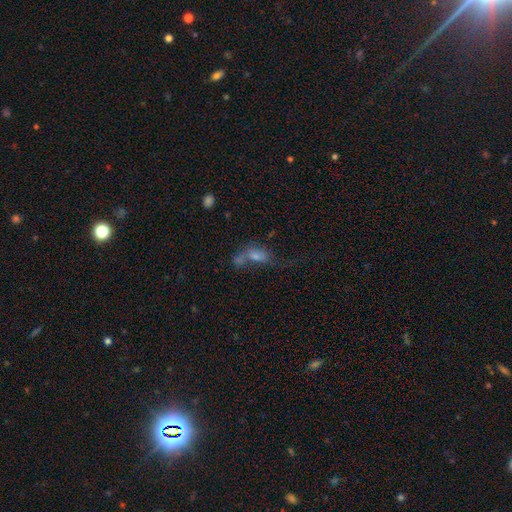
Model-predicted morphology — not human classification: smooth-or-featured: smooth: 49% | featured or disk: 32% | star or artifact: 19%
  merging: merger: 40% | major disturbance: 25% | none: 23% | minor disturbance: 13%